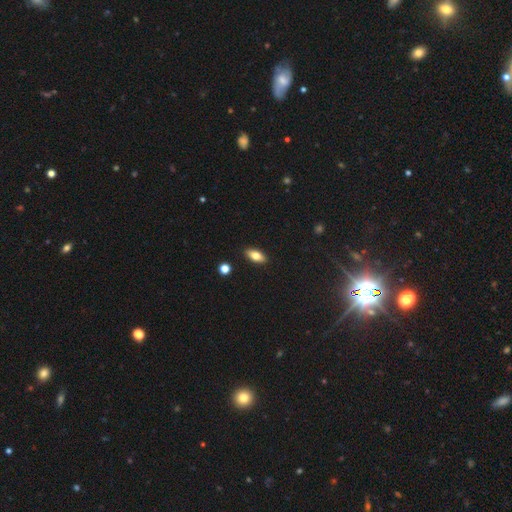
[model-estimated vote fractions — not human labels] This is likely a smooth galaxy (77%). How rounded: clearly in between (86%). Merging: clearly none (89%).